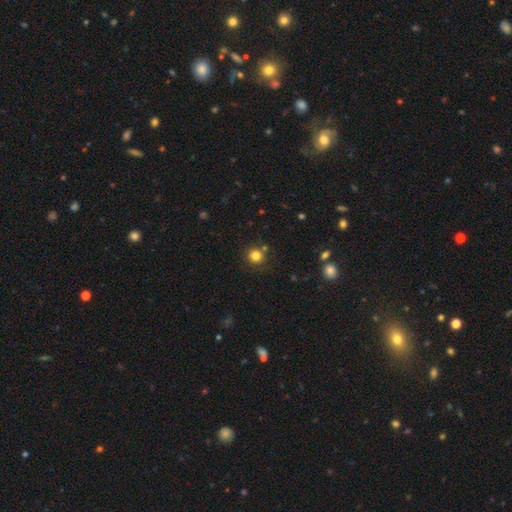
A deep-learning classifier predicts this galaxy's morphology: Smooth or featured?
  - smooth: 81% *
  - star or artifact: 13%
  - featured or disk: 6%
How rounded?
  - round: 91% *
  - in between: 8%
  - cigar-shaped: 1%
Merging?
  - none: 82% *
  - minor disturbance: 9%
  - merger: 6%
  - major disturbance: 3%